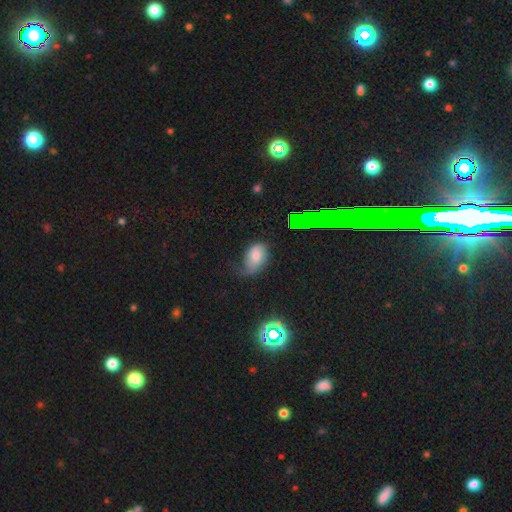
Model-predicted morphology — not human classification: type=smooth (65%); roundness=in between (86%); merging=minor disturbance (40%).